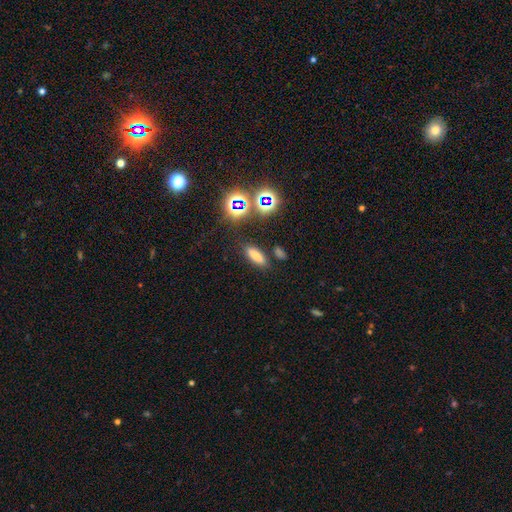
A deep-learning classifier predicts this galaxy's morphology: Q: Smooth or featured?
A: smooth (70%); runner-up: star or artifact (21%)
Q: How rounded?
A: in between (51%); runner-up: cigar-shaped (43%)
Q: Merging?
A: none (83%); runner-up: minor disturbance (10%)